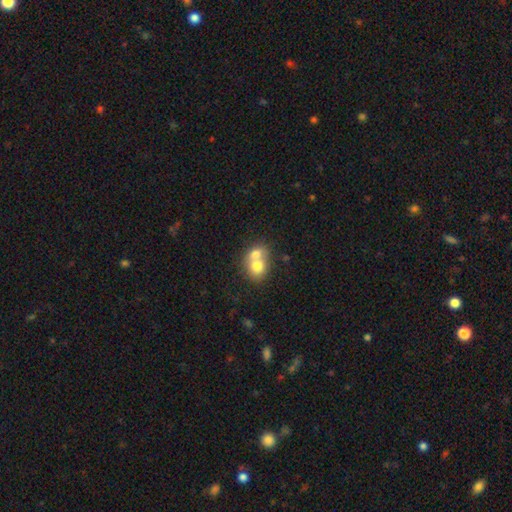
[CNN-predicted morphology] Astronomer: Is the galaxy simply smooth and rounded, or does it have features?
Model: smooth — 69%.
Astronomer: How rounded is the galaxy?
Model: round — 60% (runner-up: in between, 39%).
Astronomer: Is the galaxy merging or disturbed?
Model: merger — 71%.